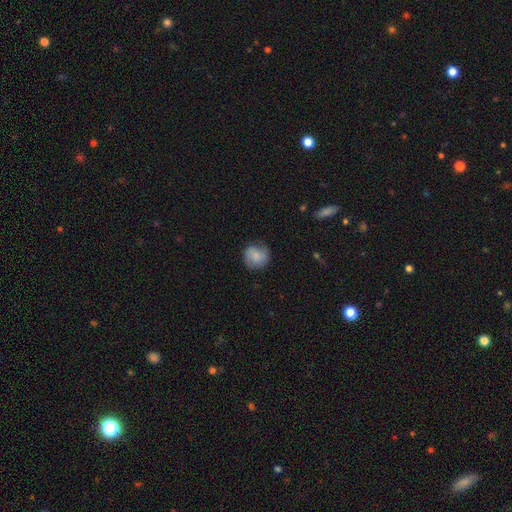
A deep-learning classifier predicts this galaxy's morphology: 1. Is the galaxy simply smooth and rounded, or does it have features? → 70% smooth, 22% featured or disk, 8% star or artifact.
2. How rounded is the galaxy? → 87% round, 12% in between, 1% cigar-shaped.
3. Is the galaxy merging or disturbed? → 75% none, 18% minor disturbance, 5% major disturbance, 1% merger.